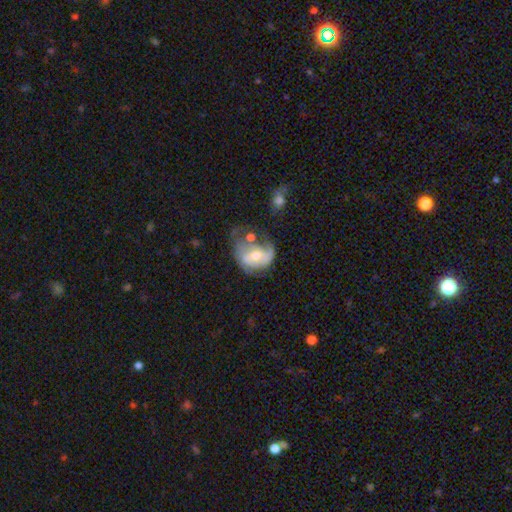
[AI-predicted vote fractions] This appears to be a featured or disk galaxy (61%) with no bar (58%), spiral arms (64%) and a moderate central bulge (65%). Merging: major disturbance (37%).